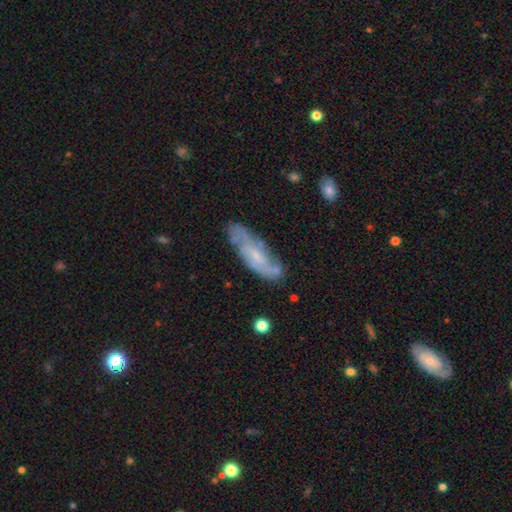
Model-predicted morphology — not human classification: A featured or disk galaxy (66%) with no bar (59%), spiral arms (84%) and a small central bulge (65%). Merging: none (70%).